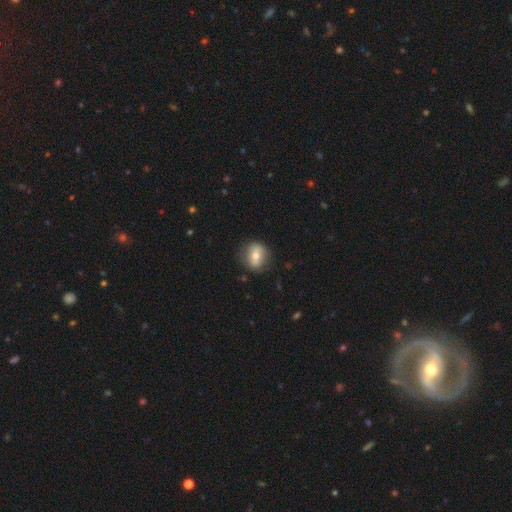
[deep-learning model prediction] Smooth or featured?
  - smooth: 59% *
  - featured or disk: 33%
  - star or artifact: 8%
How rounded?
  - round: 65% *
  - in between: 33%
  - cigar-shaped: 2%
Merging?
  - none: 80% *
  - minor disturbance: 14%
  - major disturbance: 4%
  - merger: 2%